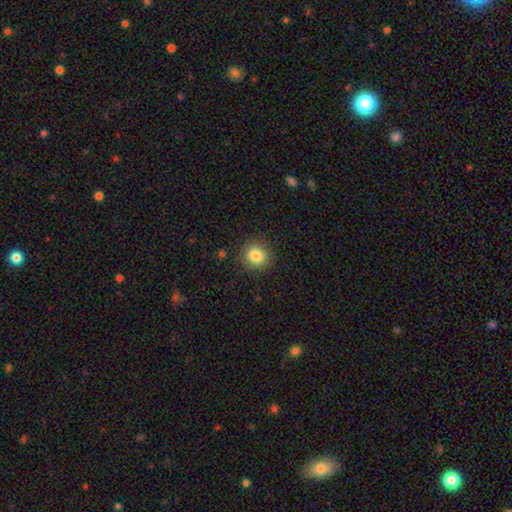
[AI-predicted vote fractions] smooth-or-featured: smooth: 84% | star or artifact: 10% | featured or disk: 6%
  how-rounded: round: 89% | in between: 10% | cigar-shaped: 1%
  merging: none: 89% | minor disturbance: 7% | major disturbance: 2% | merger: 1%